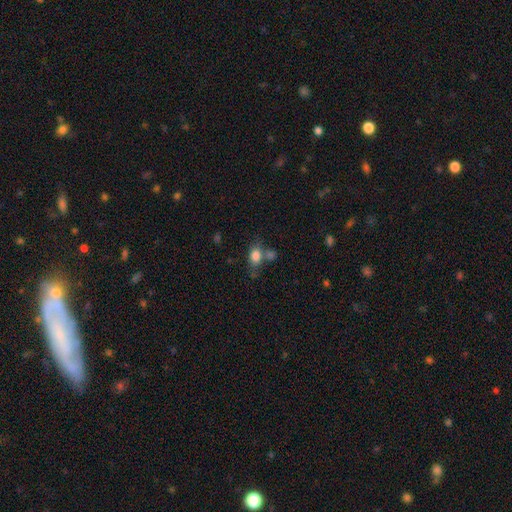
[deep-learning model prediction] This appears to be a smooth galaxy with no disk features (80%) that is in between round and cigar-shaped (72%). Merging: none (49%).